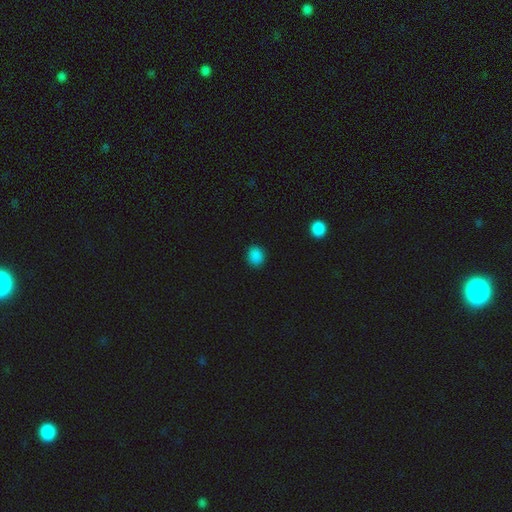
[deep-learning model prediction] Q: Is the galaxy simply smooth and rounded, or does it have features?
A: smooth — 86%.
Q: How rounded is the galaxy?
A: round — 68%.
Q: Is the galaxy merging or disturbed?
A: none — 90%.